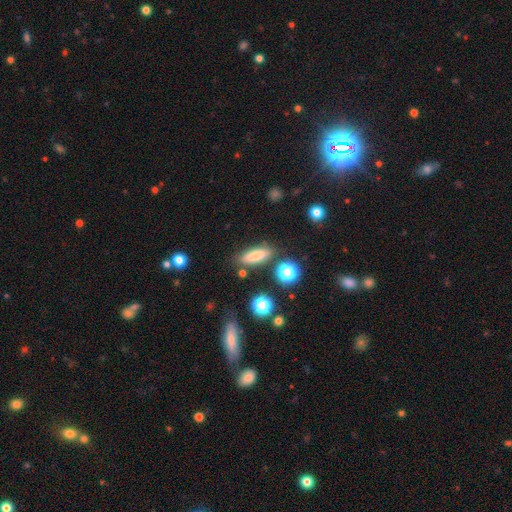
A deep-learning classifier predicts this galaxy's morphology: Smooth or featured? Predicted: smooth (p=0.76). How rounded? Predicted: in between (p=0.55). Merging? Predicted: none (p=0.79).